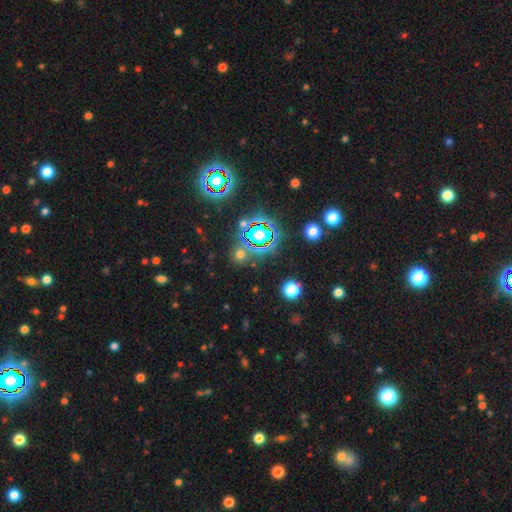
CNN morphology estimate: smooth-or-featured: star or artifact: 80% | smooth: 13% | featured or disk: 7%